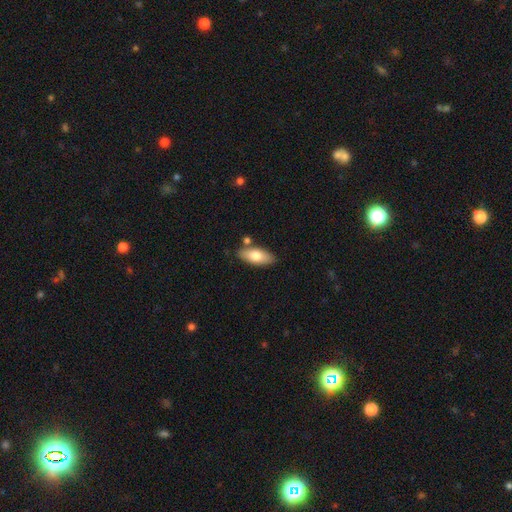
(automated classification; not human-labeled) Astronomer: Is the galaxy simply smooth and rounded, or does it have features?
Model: smooth — 75%.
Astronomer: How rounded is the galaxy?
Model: in between — 80%.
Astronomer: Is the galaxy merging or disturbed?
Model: none — 79%.